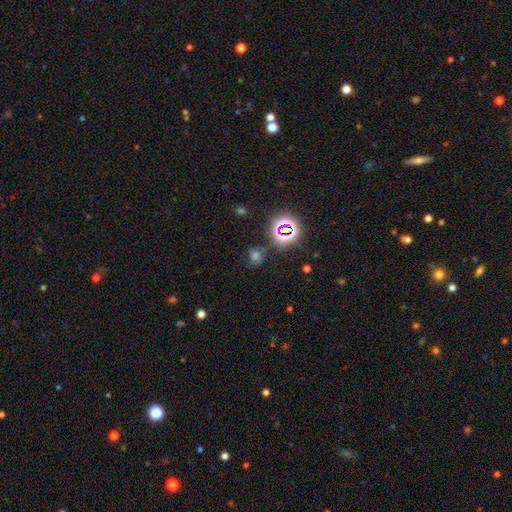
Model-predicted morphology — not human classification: type=smooth (48%); merging=none (78%).